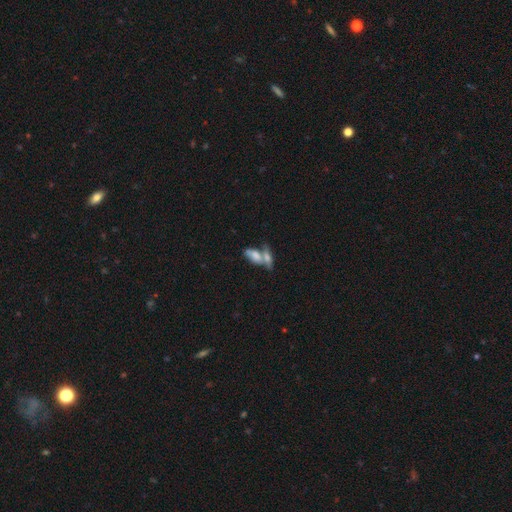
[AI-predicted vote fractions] smooth 63%, featured or disk 28%, star or artifact 9%. Down the decision tree: how rounded — in between (78%); merging — merger (63%).